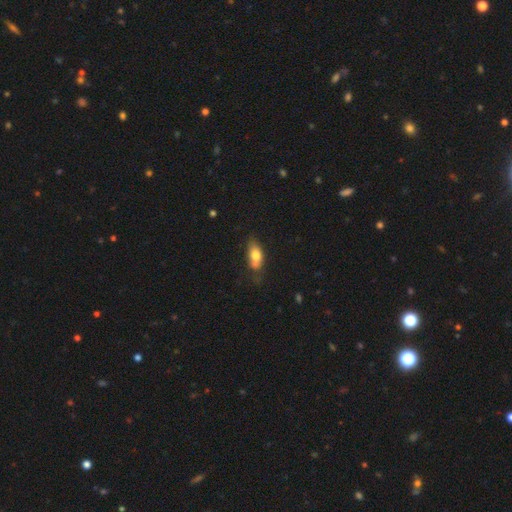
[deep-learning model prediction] Smooth or featured?
  - smooth: 72% *
  - featured or disk: 20%
  - star or artifact: 7%
How rounded?
  - in between: 84% *
  - cigar-shaped: 10%
  - round: 6%
Merging?
  - none: 51% *
  - minor disturbance: 26%
  - merger: 14%
  - major disturbance: 8%